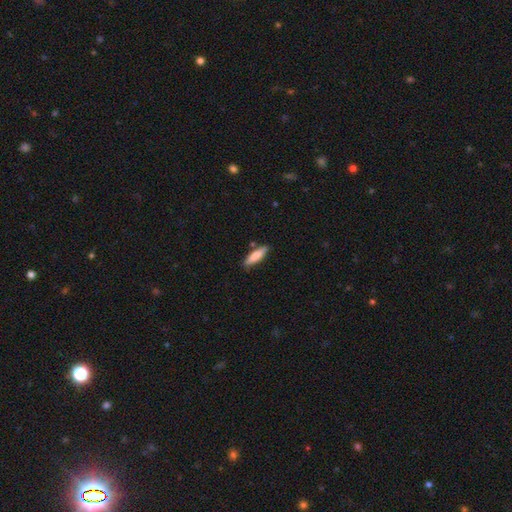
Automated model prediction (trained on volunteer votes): Overall: smooth (80%). How rounded: cigar-shaped (68%; in between 31%). Merging: none (81%).